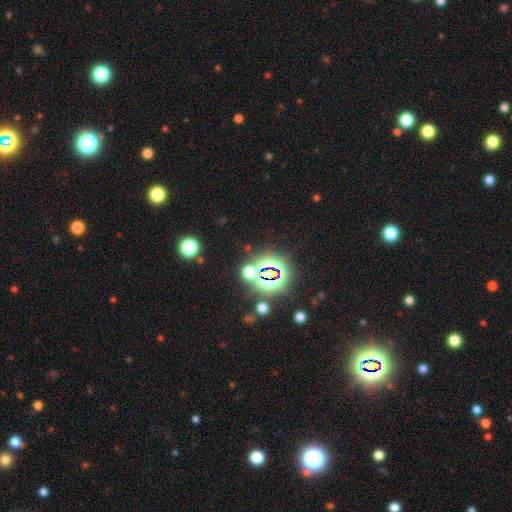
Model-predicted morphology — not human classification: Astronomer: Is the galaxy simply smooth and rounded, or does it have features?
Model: star or artifact — 78%.